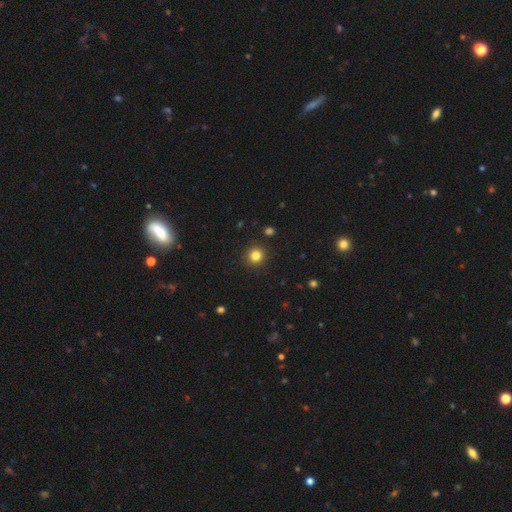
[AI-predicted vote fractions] A smooth galaxy with no disk features (82%) that is round (93%).

Vote fractions:
- Smooth or featured? smooth: 82% / star or artifact: 13% / featured or disk: 5%
- How rounded? round: 93% / in between: 6% / cigar-shaped: 1%
- Merging? none: 92% / minor disturbance: 5% / major disturbance: 2% / merger: 1%